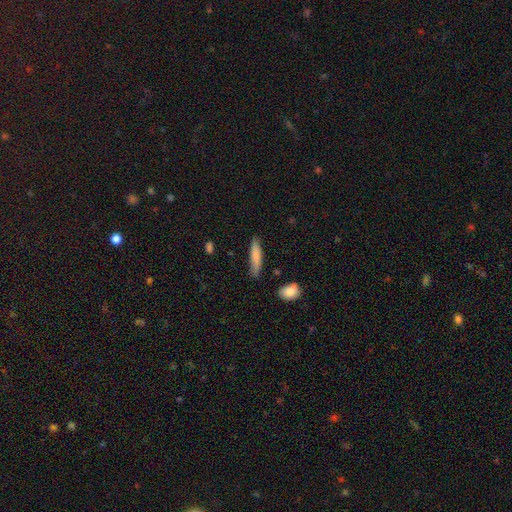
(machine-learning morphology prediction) Smooth or featured? Predicted: smooth (p=0.81). How rounded? Predicted: cigar-shaped (p=0.80). Merging? Predicted: none (p=0.79).